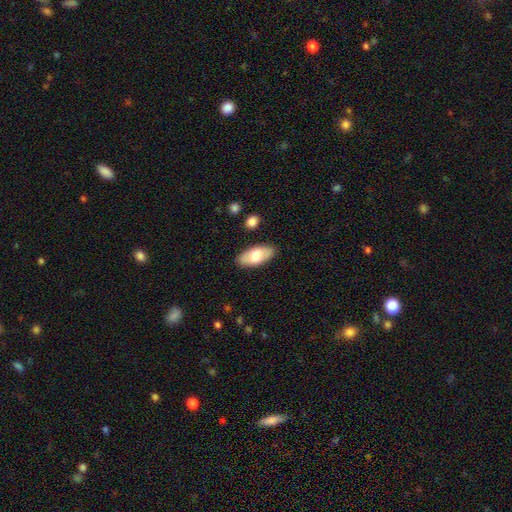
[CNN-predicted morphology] smooth_or_featured: smooth (p=0.70) [alt: featured or disk p=0.25]
how_rounded: in between (p=0.89) [alt: cigar-shaped p=0.08]
merging: none (p=0.87) [alt: minor disturbance p=0.10]